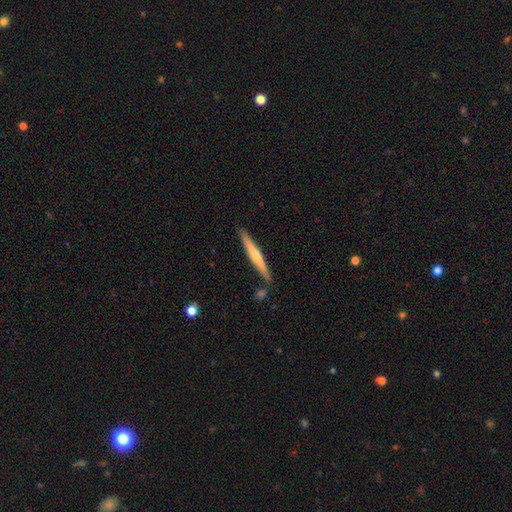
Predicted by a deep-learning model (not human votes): Q: Smooth or featured?
A: featured or disk (59%); runner-up: smooth (36%)
Q: Edge-on disk?
A: yes (97%); runner-up: no (3%)
Q: Edge-on bulge?
A: rounded (75%); runner-up: none (20%)
Q: Merging?
A: none (85%); runner-up: minor disturbance (9%)